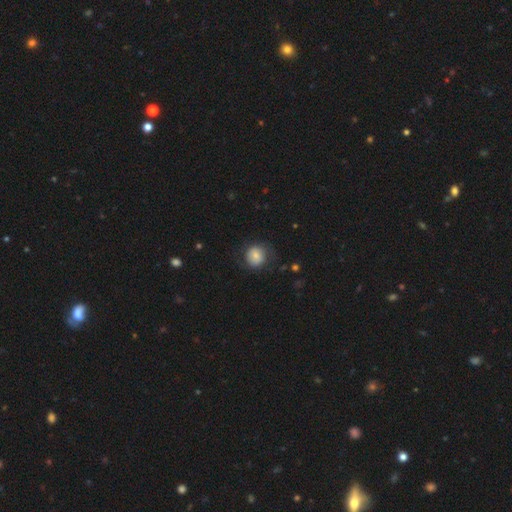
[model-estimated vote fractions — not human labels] The model was most divided on "merging": none: 70%, minor disturbance: 18%, major disturbance: 11%, merger: 1%. More confident: how rounded — round (84%); smooth or featured — smooth (75%).